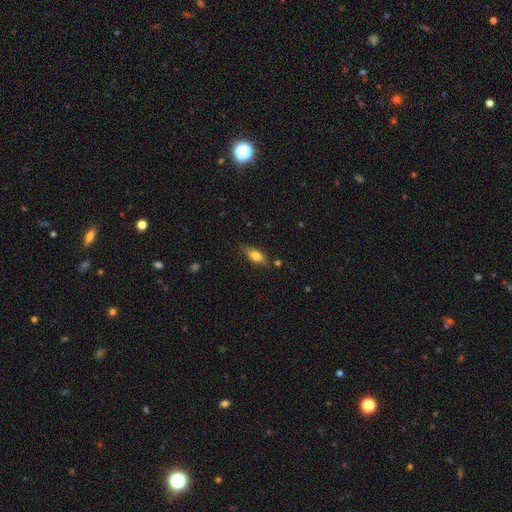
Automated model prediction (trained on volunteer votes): Smooth or featured: smooth — 75% (featured or disk — 18%)
How rounded: in between — 76% (cigar-shaped — 20%)
Merging: none — 73% (minor disturbance — 19%)